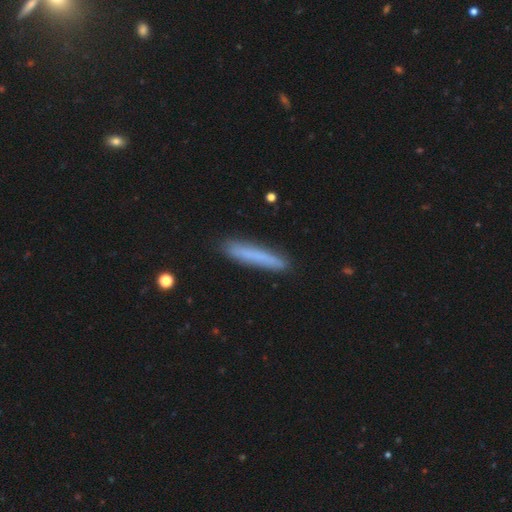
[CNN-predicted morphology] smooth 71%, featured or disk 21%, star or artifact 8%. Down the decision tree: how rounded — cigar-shaped (95%); merging — none (88%).